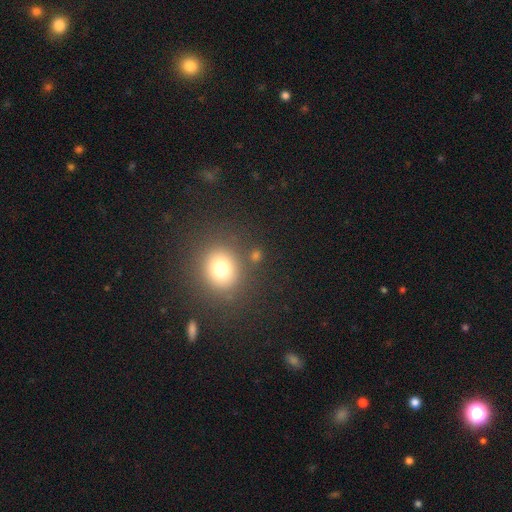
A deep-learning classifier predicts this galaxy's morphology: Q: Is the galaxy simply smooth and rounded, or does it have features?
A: smooth — 73%.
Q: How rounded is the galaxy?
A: round — 81%.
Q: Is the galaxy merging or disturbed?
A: none — 82%.